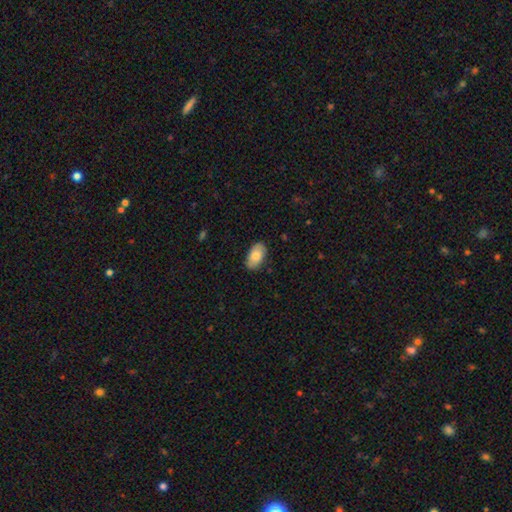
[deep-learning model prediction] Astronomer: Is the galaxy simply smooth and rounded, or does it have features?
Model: smooth — 78%.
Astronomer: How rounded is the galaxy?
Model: in between — 95%.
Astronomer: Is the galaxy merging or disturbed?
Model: none — 85%.